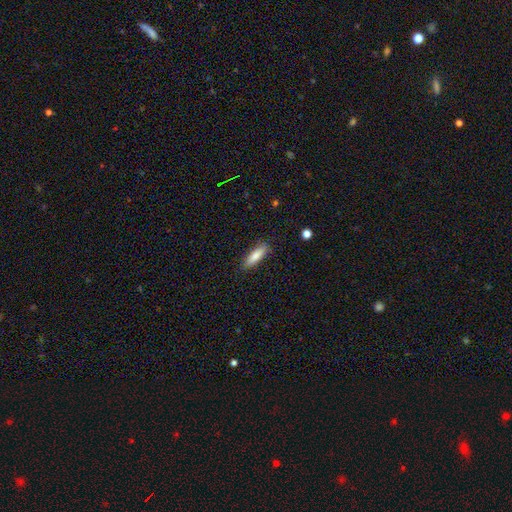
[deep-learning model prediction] This is clearly a smooth galaxy (82%). How rounded: possibly cigar-shaped (58%). Merging: clearly none (87%).